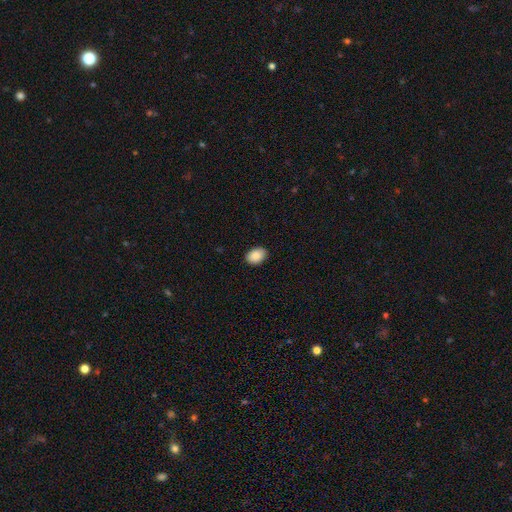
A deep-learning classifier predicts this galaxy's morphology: The model was most divided on "how rounded": in between: 81%, round: 18%, cigar-shaped: 1%. More confident: merging — none (90%); smooth or featured — smooth (89%).